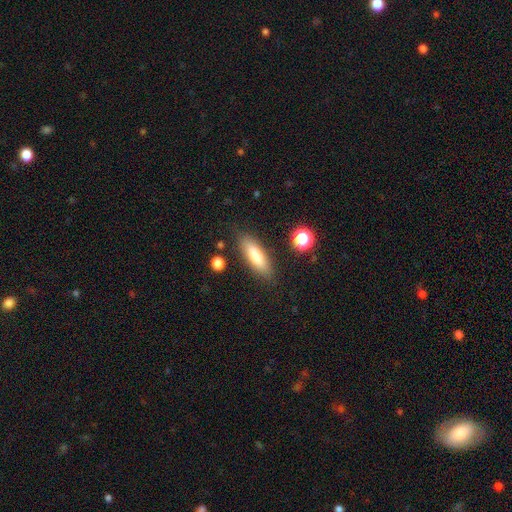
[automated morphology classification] Smooth or featured? Predicted: smooth (p=0.80). How rounded? Predicted: cigar-shaped (p=0.50). Merging? Predicted: none (p=0.84).